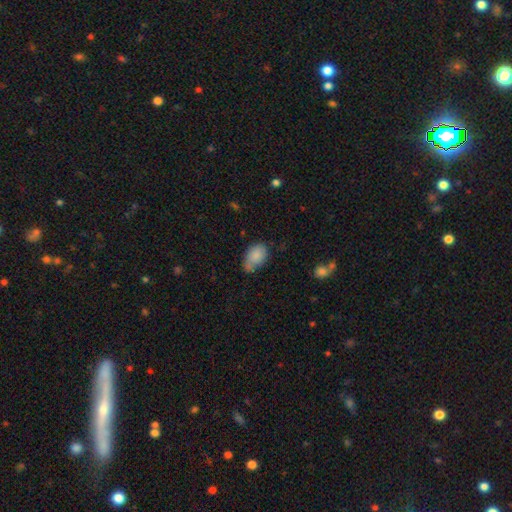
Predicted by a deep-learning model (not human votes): A smooth galaxy with no disk features (82%) that is in between round and cigar-shaped (90%). Merging: none (51%).